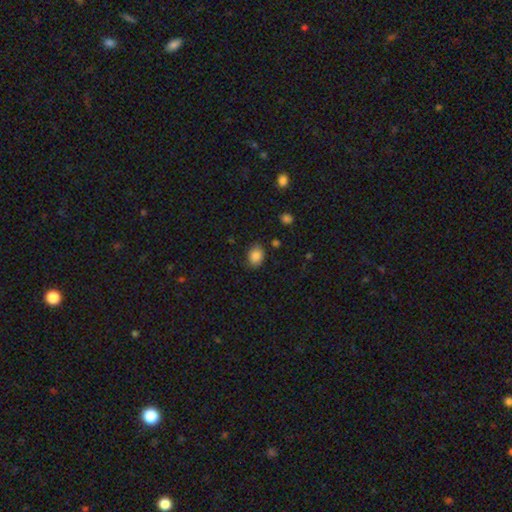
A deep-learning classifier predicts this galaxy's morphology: A smooth galaxy with no disk features (85%) that is in between round and cigar-shaped (62%). Merging: none (78%).